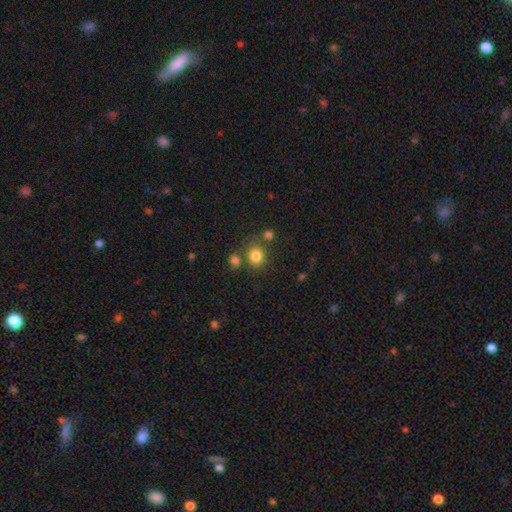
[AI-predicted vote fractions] A smooth galaxy with no disk features (82%) that is round (69%). Merging: none (69%).